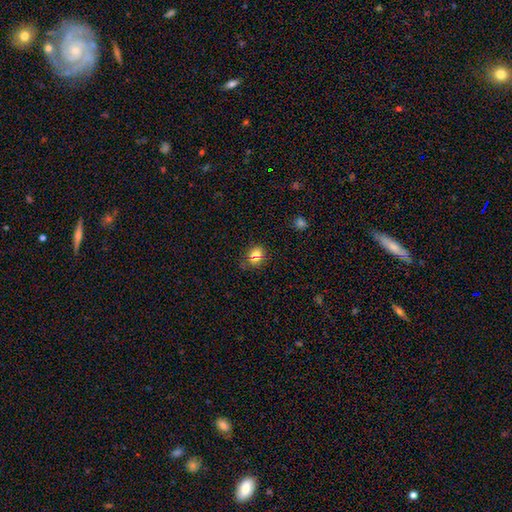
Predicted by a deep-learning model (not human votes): Smooth or featured?
  - smooth: 77% *
  - star or artifact: 13%
  - featured or disk: 10%
How rounded?
  - round: 58% *
  - in between: 40%
  - cigar-shaped: 1%
Merging?
  - none: 66% *
  - minor disturbance: 21%
  - merger: 8%
  - major disturbance: 5%